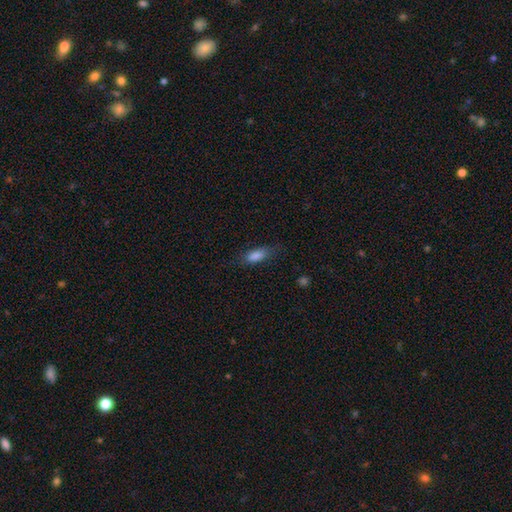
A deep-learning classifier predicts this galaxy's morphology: smooth 77%, featured or disk 13%, star or artifact 10%. Down the decision tree: how rounded — in between (66%); merging — none (73%).